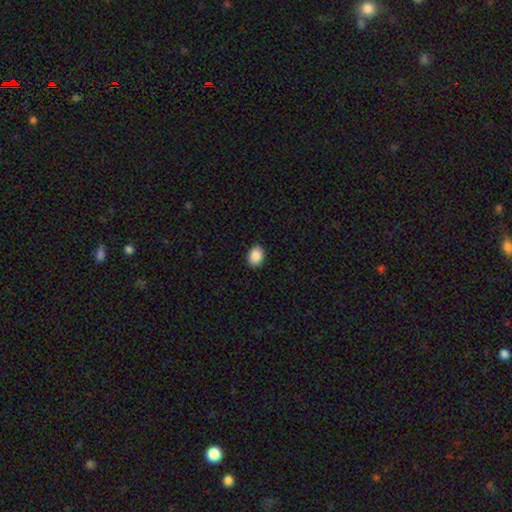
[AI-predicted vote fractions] A smooth galaxy with no disk features (89%) that is in between round and cigar-shaped (70%).

Vote fractions:
- Smooth or featured? smooth: 89% / star or artifact: 8% / featured or disk: 3%
- How rounded? in between: 70% / round: 29% / cigar-shaped: 1%
- Merging? none: 90% / minor disturbance: 7% / major disturbance: 2% / merger: 1%